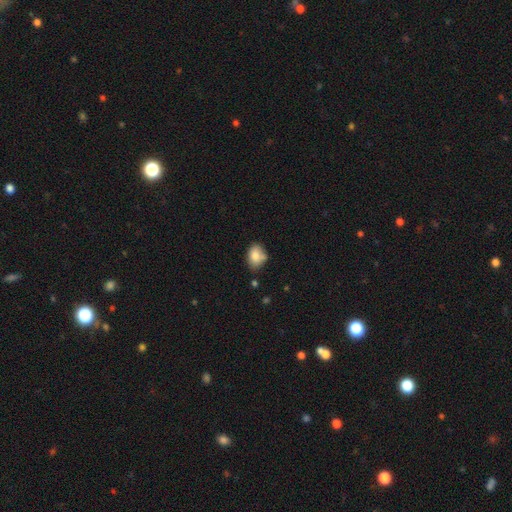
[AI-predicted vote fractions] Overall: smooth (80%). How rounded: in between (74%). Merging: none (57%; minor disturbance 26%).